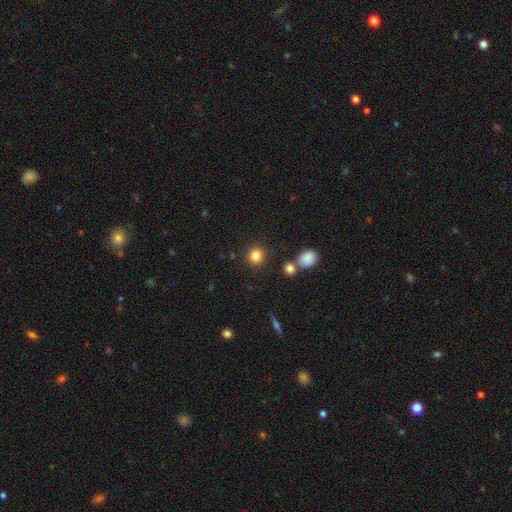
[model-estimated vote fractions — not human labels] Smooth or featured? Predicted: smooth (p=0.84). How rounded? Predicted: round (p=0.88). Merging? Predicted: none (p=0.85).